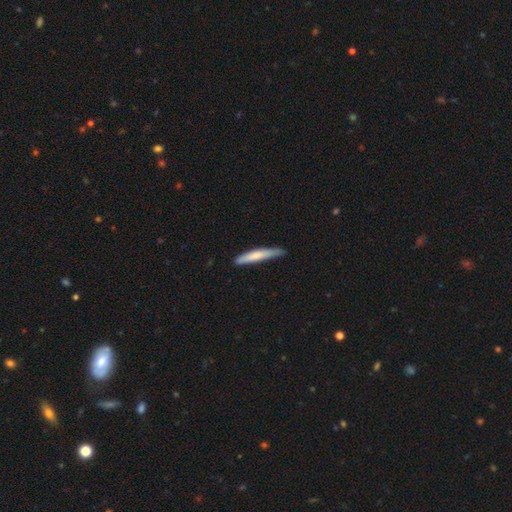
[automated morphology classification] Smooth or featured? Predicted: smooth (p=0.69). How rounded? Predicted: cigar-shaped (p=0.94). Merging? Predicted: none (p=0.77).